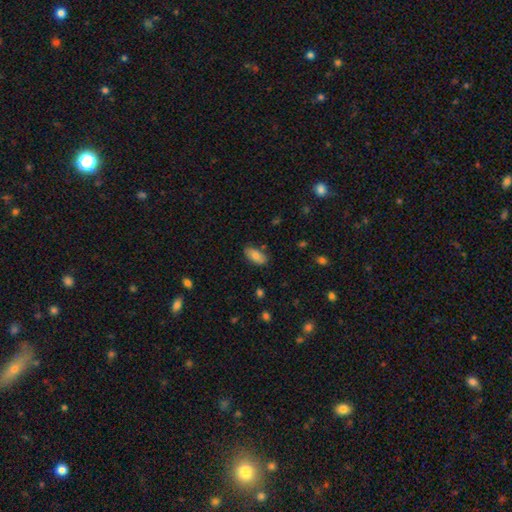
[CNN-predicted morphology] smooth-or-featured: smooth: 76% | featured or disk: 16% | star or artifact: 7%
  how-rounded: in between: 92% | cigar-shaped: 5% | round: 3%
  merging: none: 81% | minor disturbance: 14% | major disturbance: 3% | merger: 2%